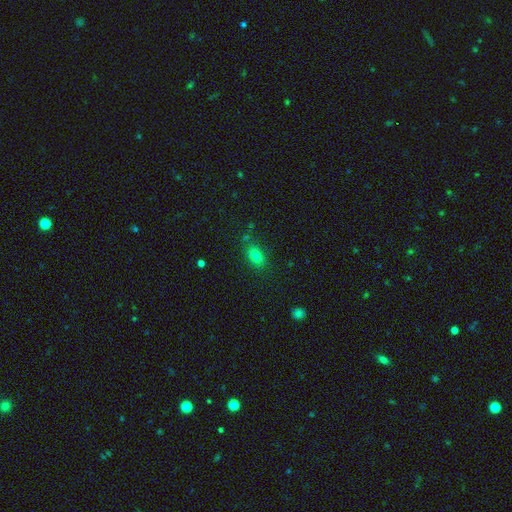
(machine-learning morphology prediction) Smooth or featured: smooth — 78% (star or artifact — 13%)
How rounded: in between — 77% (round — 20%)
Merging: none — 78% (minor disturbance — 14%)